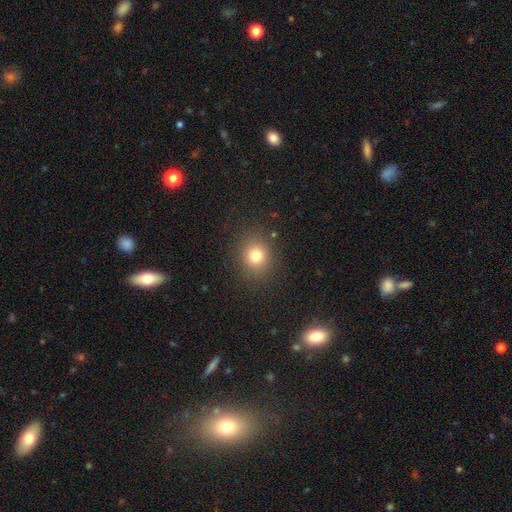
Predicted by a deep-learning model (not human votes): Q: Smooth or featured?
A: smooth (78%); runner-up: star or artifact (14%)
Q: How rounded?
A: round (76%); runner-up: in between (23%)
Q: Merging?
A: none (87%); runner-up: minor disturbance (8%)